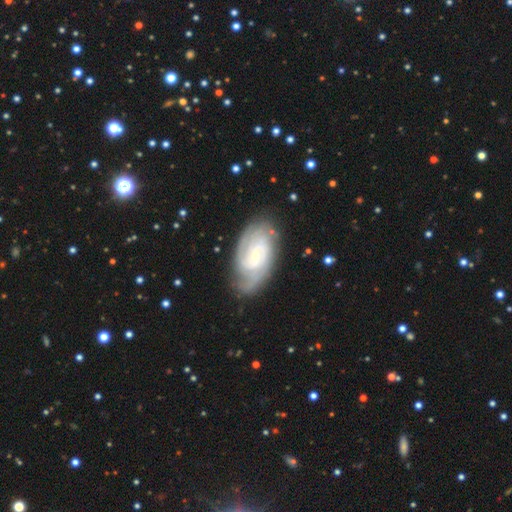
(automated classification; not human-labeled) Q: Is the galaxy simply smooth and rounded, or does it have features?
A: featured or disk — 84%.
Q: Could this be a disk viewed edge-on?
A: no — 96%.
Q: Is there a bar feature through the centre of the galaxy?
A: weak — 47%.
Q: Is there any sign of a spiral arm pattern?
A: yes — 96%.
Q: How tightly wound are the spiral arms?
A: tight — 61%.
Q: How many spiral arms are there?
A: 2 — 39%.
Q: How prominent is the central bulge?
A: small — 74%.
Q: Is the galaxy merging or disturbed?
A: none — 77%.